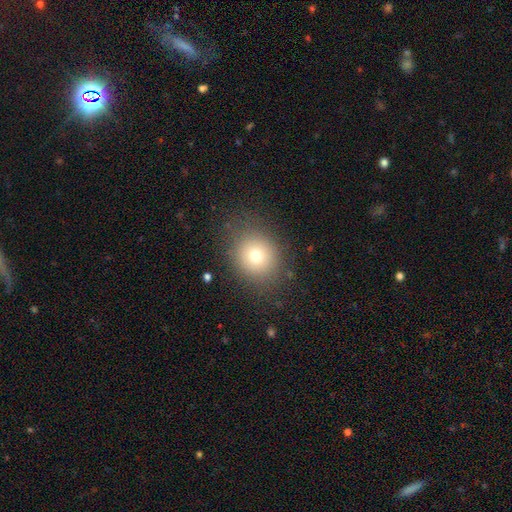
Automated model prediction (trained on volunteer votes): A smooth galaxy with no disk features (73%) that is round (73%). Merging: none (83%).